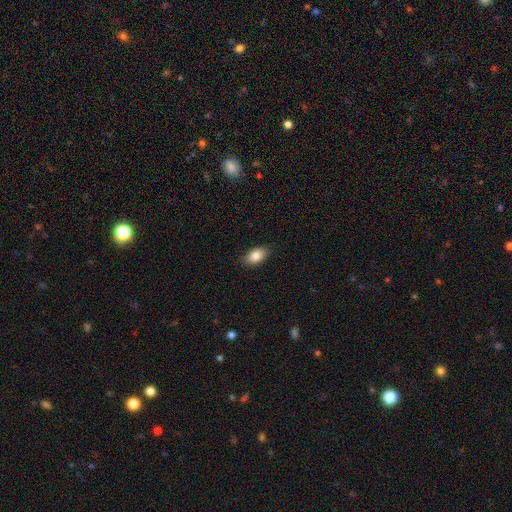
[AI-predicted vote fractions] Smooth or featured: smooth — 85% (star or artifact — 7%)
How rounded: in between — 90% (round — 7%)
Merging: none — 86% (minor disturbance — 11%)